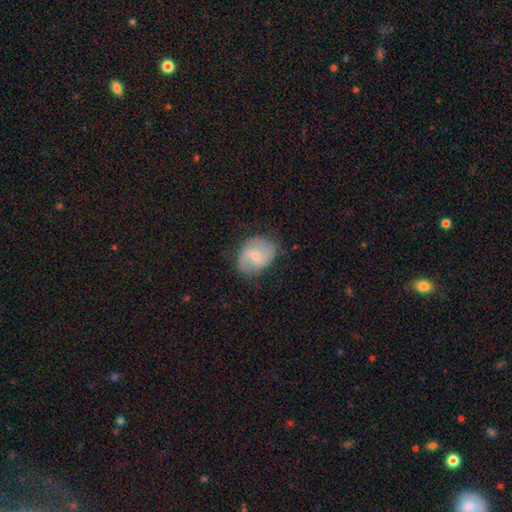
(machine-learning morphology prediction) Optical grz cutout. It shows a featured or disk galaxy (50%). Merging: none (66%).